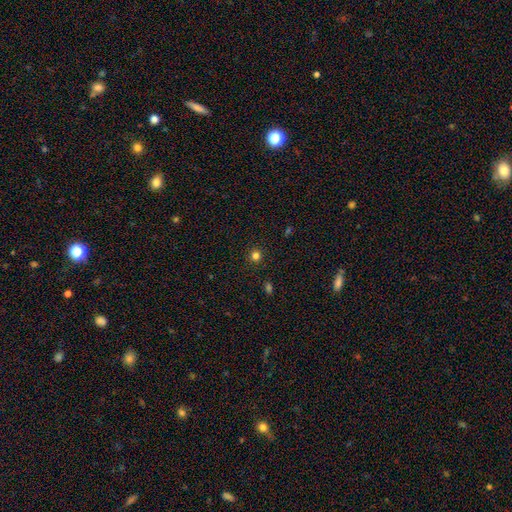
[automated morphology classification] Smooth or featured?
  - smooth: 78% *
  - star or artifact: 18%
  - featured or disk: 5%
How rounded?
  - round: 93% *
  - in between: 6%
  - cigar-shaped: 1%
Merging?
  - none: 91% *
  - minor disturbance: 6%
  - major disturbance: 2%
  - merger: 1%